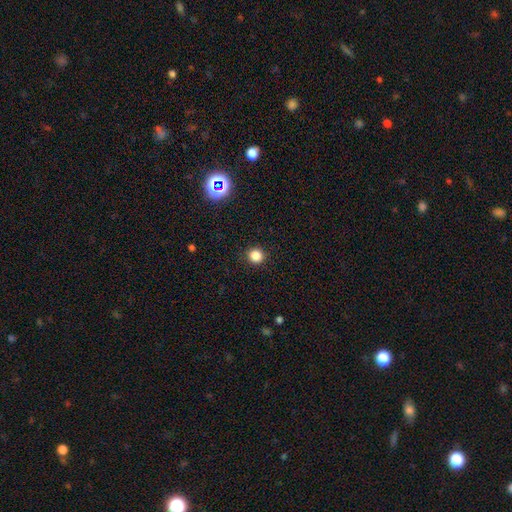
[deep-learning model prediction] This appears to be a smooth galaxy with no disk features (83%) that is round (91%). Merging: none (91%).